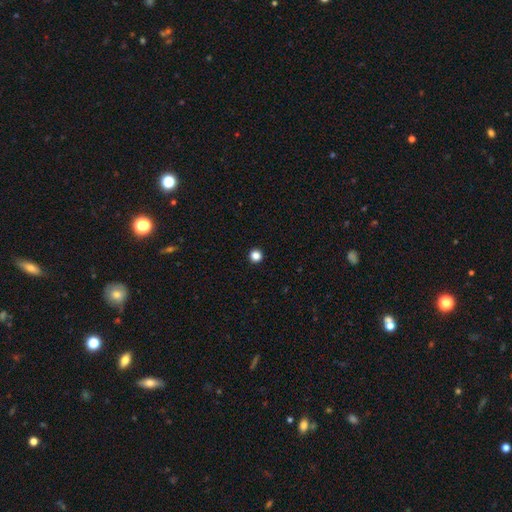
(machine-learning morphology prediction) This is clearly a smooth galaxy (85%). How rounded: clearly round (96%). Merging: clearly none (94%).